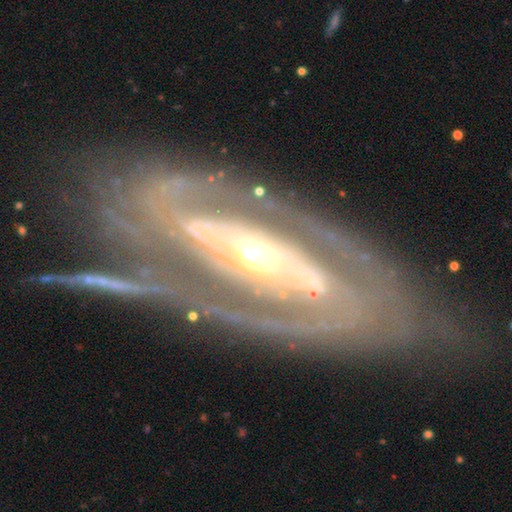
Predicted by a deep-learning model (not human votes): The model was most divided on "bar": no: 42%, strong: 29%, weak: 29%. More confident: edge-on disk — no (92%); smooth or featured — featured or disk (89%); spiral arms — yes (88%); merging — none (59%); spiral winding — tight (58%); bulge size — moderate (57%); spiral arm count — 2 (53%).